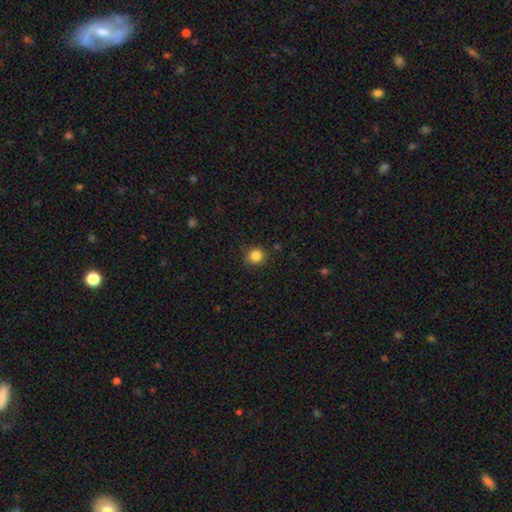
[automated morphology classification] Smooth or featured: smooth — 85% (star or artifact — 11%)
How rounded: round — 92% (in between — 7%)
Merging: none — 88% (minor disturbance — 9%)